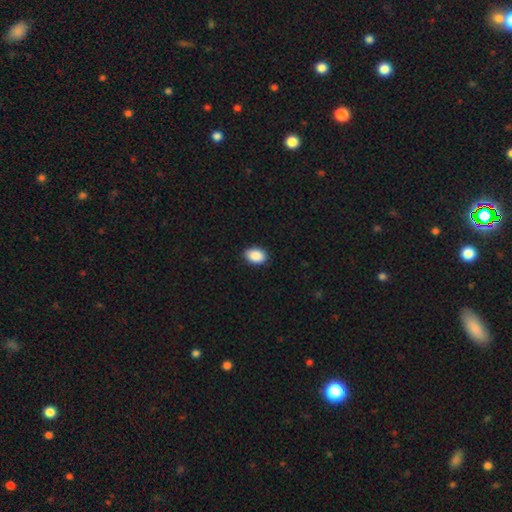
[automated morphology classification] A smooth galaxy with no disk features (90%) that is in between round and cigar-shaped (85%). Merging: none (89%).